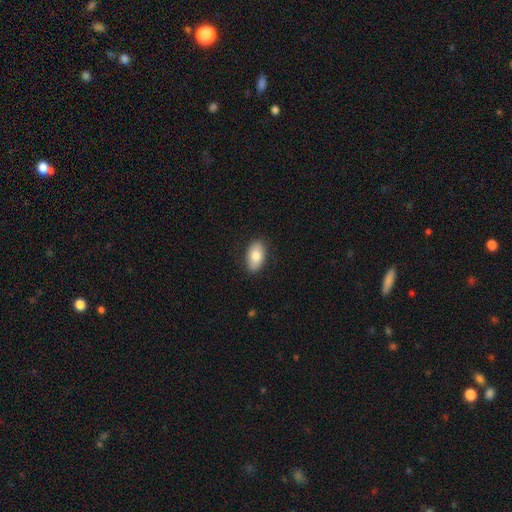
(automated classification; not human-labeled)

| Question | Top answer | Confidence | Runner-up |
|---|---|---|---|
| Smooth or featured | smooth | 81% | featured or disk (13%) |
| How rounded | in between | 93% | round (6%) |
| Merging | none | 87% | minor disturbance (10%) |